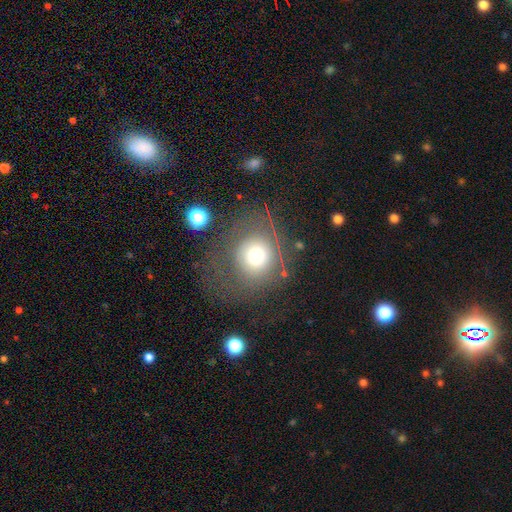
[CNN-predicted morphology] A smooth galaxy with no disk features (60%) that is round (80%). Merging: none (57%).